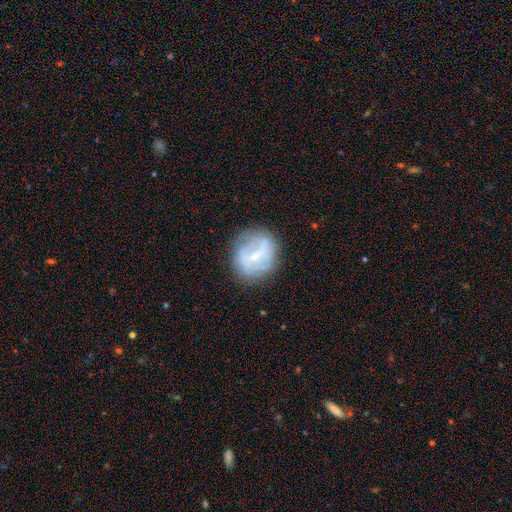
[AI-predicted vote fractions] Smooth or featured? featured or disk (62%)
Edge-on disk? no (96%)
Bar? weak (43%)
Spiral arms? yes (51%)
Bulge size? small (49%)
Merging? none (69%)